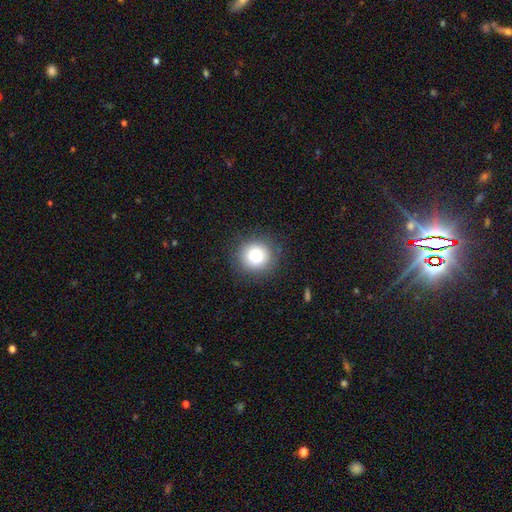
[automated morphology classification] Smooth or featured? smooth (83%)
How rounded? round (91%)
Merging? none (88%)